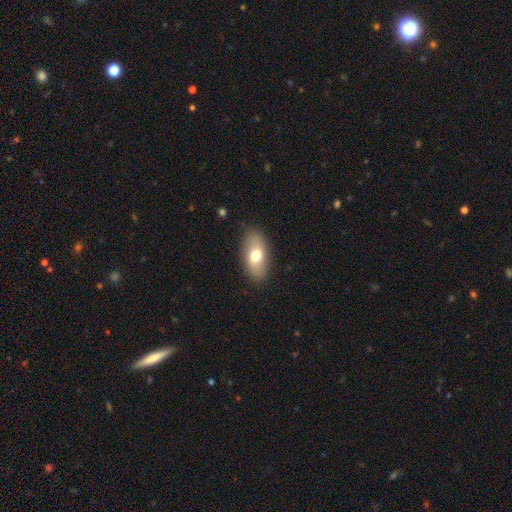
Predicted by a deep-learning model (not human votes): A smooth galaxy with no disk features (71%) that is in between round and cigar-shaped (89%). Merging: none (82%).